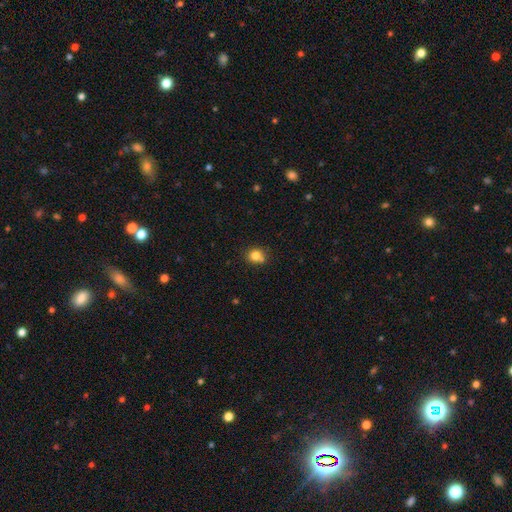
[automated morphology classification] Smooth or featured?
  - smooth: 80% *
  - star or artifact: 12%
  - featured or disk: 8%
How rounded?
  - round: 75% *
  - in between: 24%
  - cigar-shaped: 1%
Merging?
  - none: 67% *
  - merger: 15%
  - minor disturbance: 14%
  - major disturbance: 4%